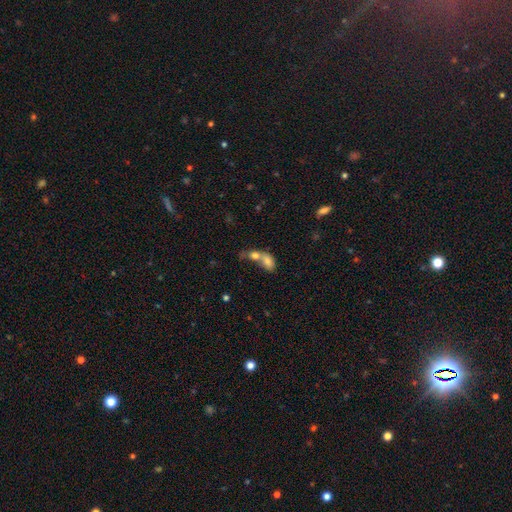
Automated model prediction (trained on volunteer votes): A smooth galaxy with no disk features (73%) that is in between round and cigar-shaped (72%). Merging: merger (76%).